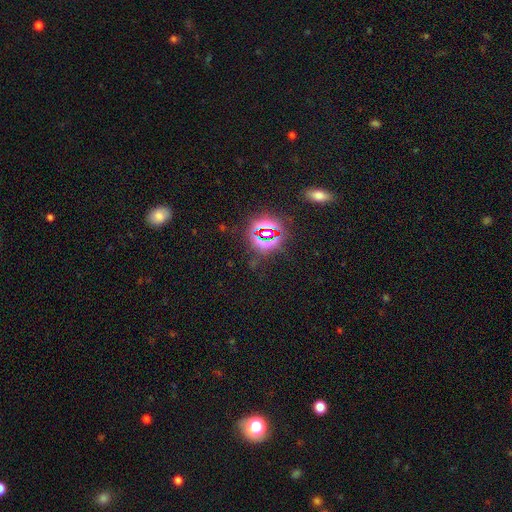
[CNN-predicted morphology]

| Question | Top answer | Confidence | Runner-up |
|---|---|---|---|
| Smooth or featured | star or artifact | 78% | smooth (14%) |